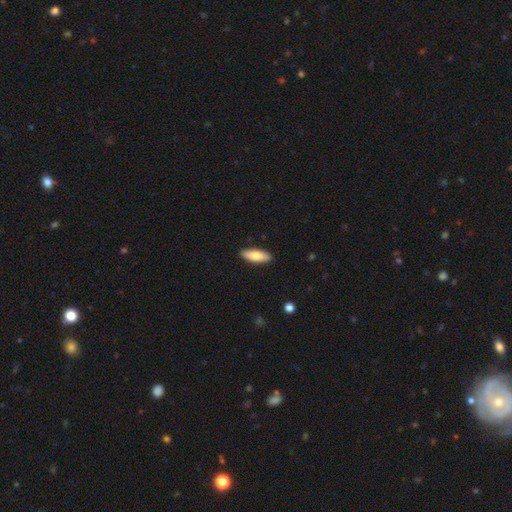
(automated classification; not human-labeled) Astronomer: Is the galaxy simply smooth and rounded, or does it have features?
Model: smooth — 80%.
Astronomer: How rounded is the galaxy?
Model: in between — 60% (runner-up: cigar-shaped, 39%).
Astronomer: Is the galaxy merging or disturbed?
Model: none — 90%.